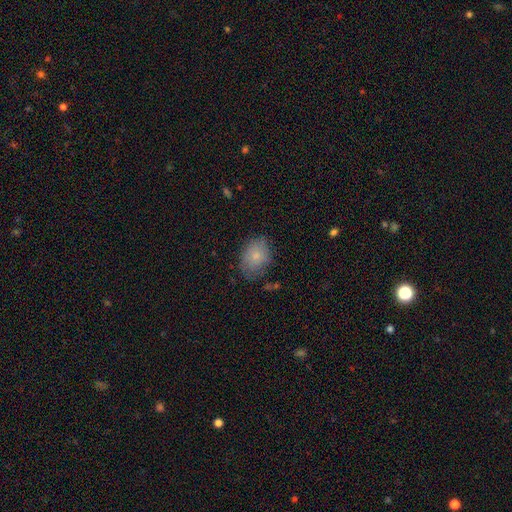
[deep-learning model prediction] A smooth galaxy with no disk features (79%) that is in between round and cigar-shaped (75%). Merging: none (69%).